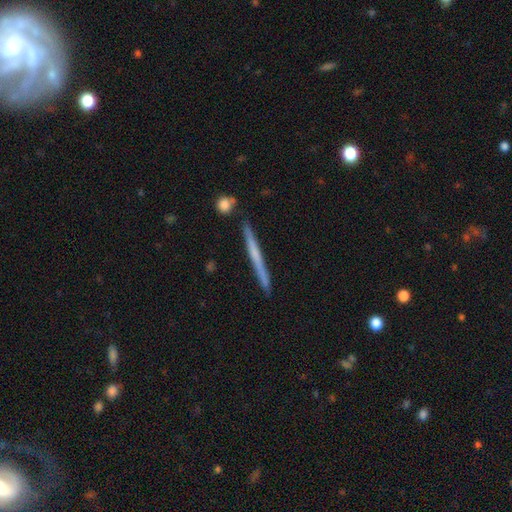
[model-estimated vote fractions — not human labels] smooth-or-featured: featured or disk: 52% | smooth: 42% | star or artifact: 6%
  disk-edge-on: yes: 98% | no: 2%
    edge-on-bulge: none: 80% | rounded: 14% | boxy: 5%
  merging: none: 90% | minor disturbance: 7% | merger: 2% | major disturbance: 1%